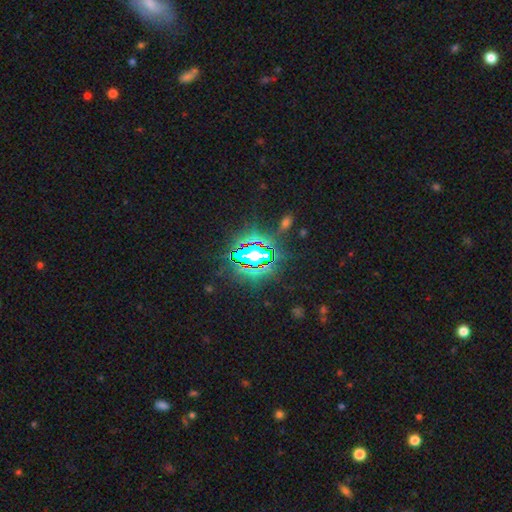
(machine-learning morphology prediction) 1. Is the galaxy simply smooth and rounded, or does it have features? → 79% star or artifact, 12% smooth, 9% featured or disk.